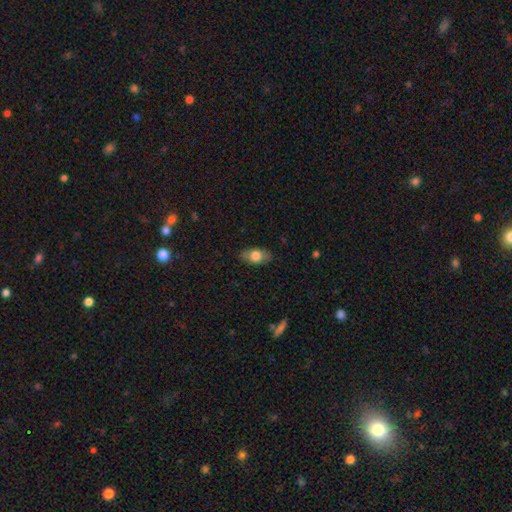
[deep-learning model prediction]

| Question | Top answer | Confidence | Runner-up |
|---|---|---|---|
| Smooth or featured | smooth | 71% | featured or disk (22%) |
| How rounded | in between | 89% | round (8%) |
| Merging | none | 81% | minor disturbance (15%) |